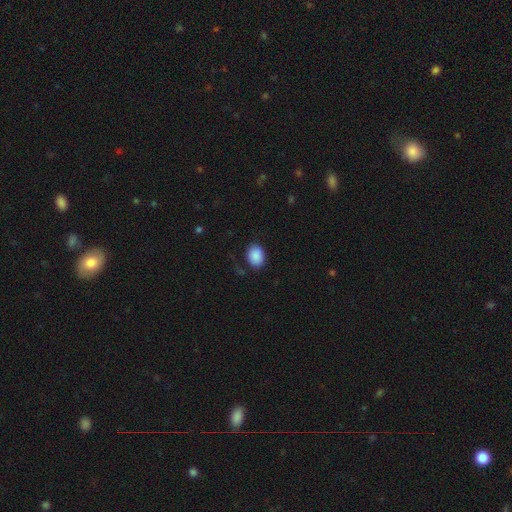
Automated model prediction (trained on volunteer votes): Q: Smooth or featured?
A: smooth (89%); runner-up: star or artifact (7%)
Q: How rounded?
A: in between (65%); runner-up: round (34%)
Q: Merging?
A: none (83%); runner-up: minor disturbance (12%)